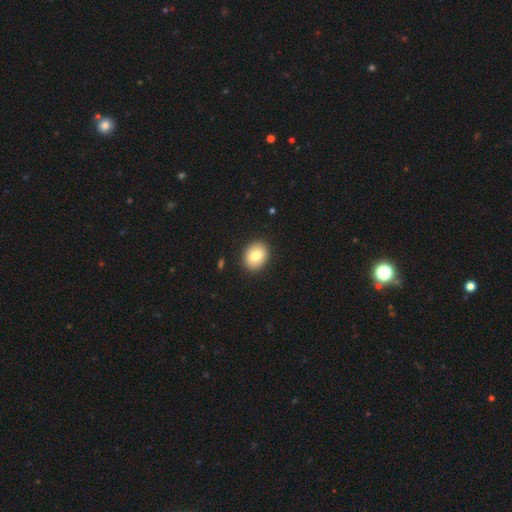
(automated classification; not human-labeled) A smooth galaxy with no disk features (80%) that is in between round and cigar-shaped (51%). Merging: none (91%).